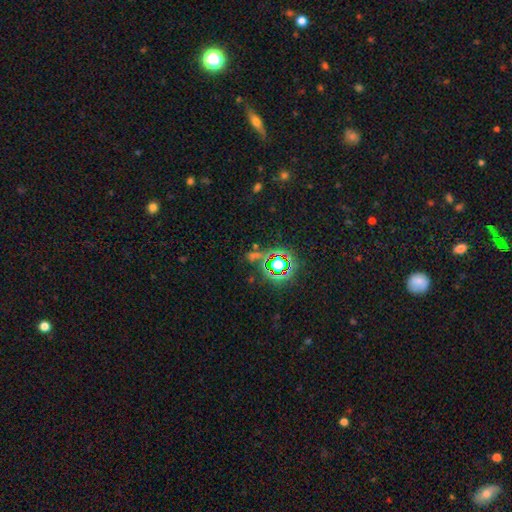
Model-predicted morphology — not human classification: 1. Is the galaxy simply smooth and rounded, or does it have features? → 76% star or artifact, 16% smooth, 8% featured or disk.